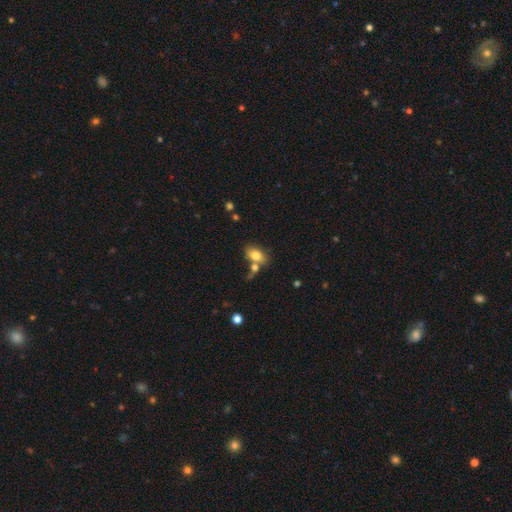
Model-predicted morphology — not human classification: Smooth or featured? Predicted: smooth (p=0.79). How rounded? Predicted: in between (p=0.83). Merging? Predicted: none (p=0.51).